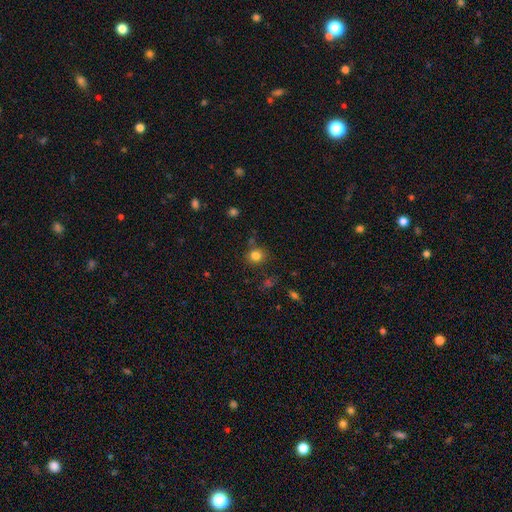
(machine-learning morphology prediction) smooth_or_featured: smooth (p=0.81) [alt: star or artifact p=0.13]
how_rounded: round (p=0.78) [alt: in between p=0.21]
merging: none (p=0.78) [alt: minor disturbance p=0.12]